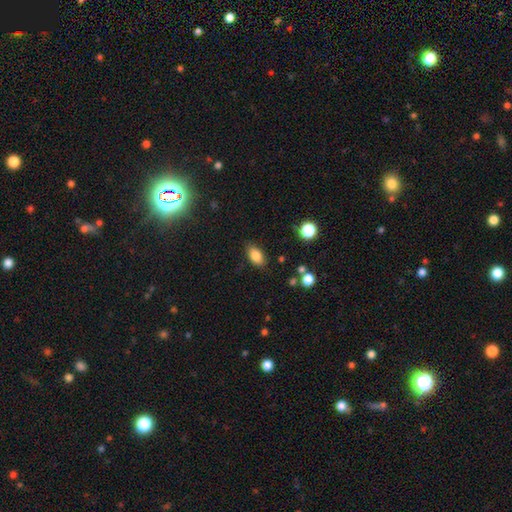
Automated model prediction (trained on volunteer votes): A smooth galaxy with no disk features (84%) that is in between round and cigar-shaped (89%).

Vote fractions:
- Smooth or featured? smooth: 84% / star or artifact: 9% / featured or disk: 7%
- How rounded? in between: 89% / round: 8% / cigar-shaped: 3%
- Merging? none: 83% / minor disturbance: 12% / major disturbance: 3% / merger: 2%